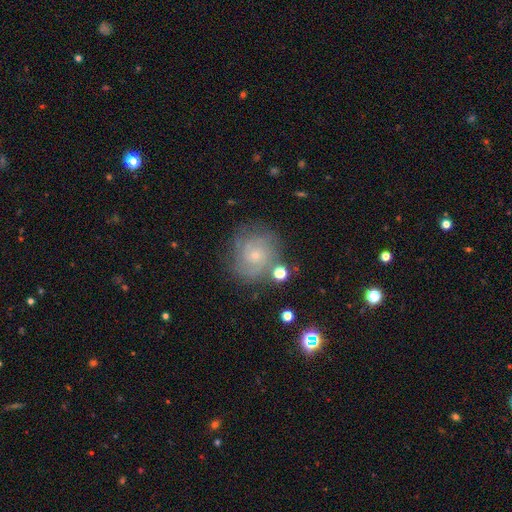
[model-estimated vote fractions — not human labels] This appears to be a featured or disk galaxy (75%) with no bar (75%), tight (64%) spiral arms (93%) and a small central bulge (76%). Merging: none (75%).